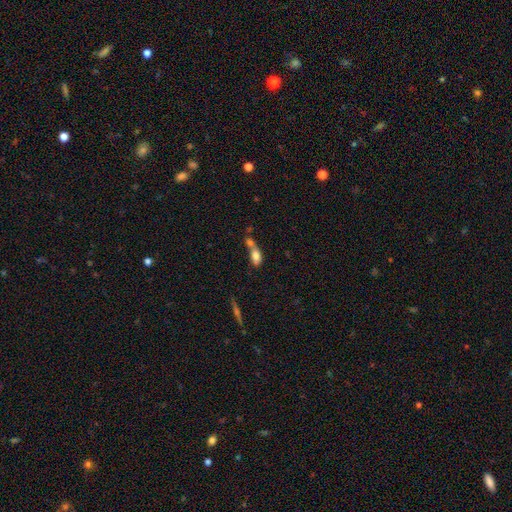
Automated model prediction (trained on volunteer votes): smooth_or_featured: smooth (p=0.73) [alt: featured or disk p=0.18]
how_rounded: in between (p=0.80) [alt: cigar-shaped p=0.12]
merging: merger (p=0.59) [alt: none p=0.22]